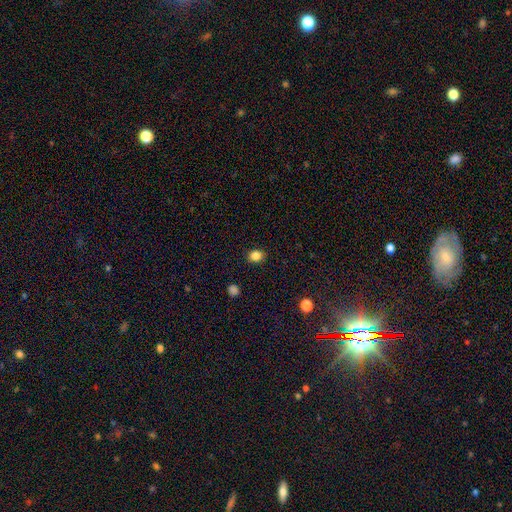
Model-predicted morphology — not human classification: Smooth or featured? smooth (85%)
How rounded? round (59%)
Merging? none (89%)